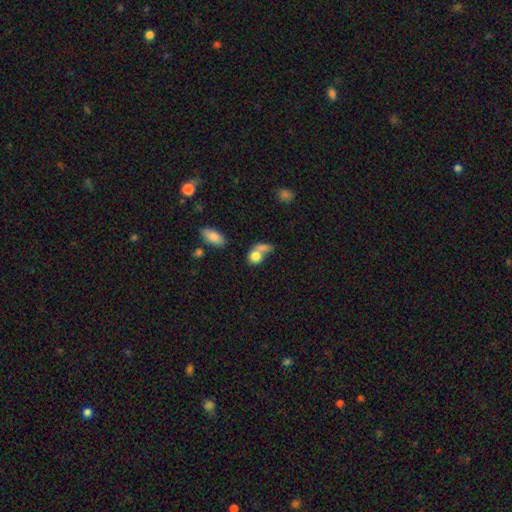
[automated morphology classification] Smooth or featured: smooth — 78% (featured or disk — 12%)
How rounded: round — 57% (in between — 41%)
Merging: merger — 46% (none — 30%)